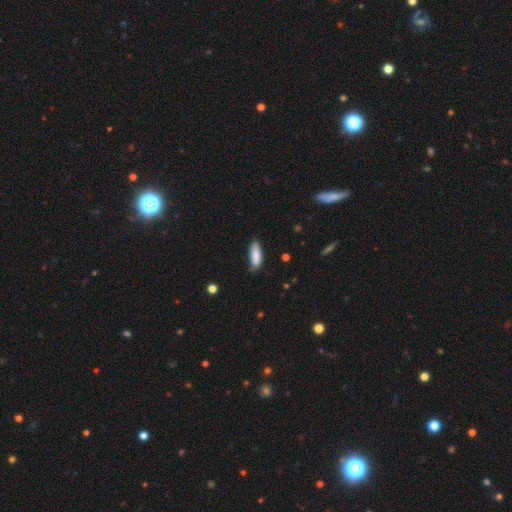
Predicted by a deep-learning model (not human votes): Morphology: type=smooth (85%); roundness=in between (68%); merging=none (72%).